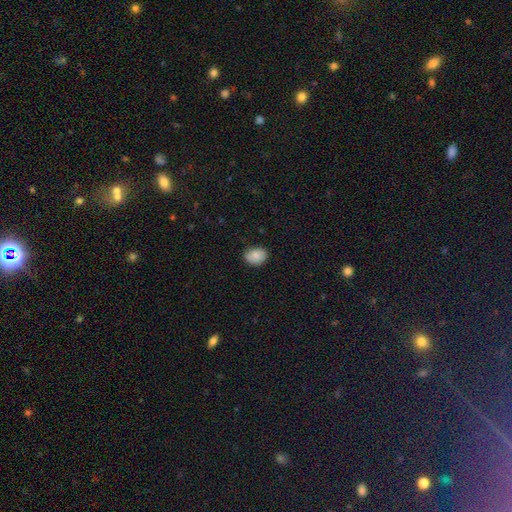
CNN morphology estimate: Smooth or featured? Predicted: smooth (p=0.82). How rounded? Predicted: in between (p=0.60). Merging? Predicted: none (p=0.76).